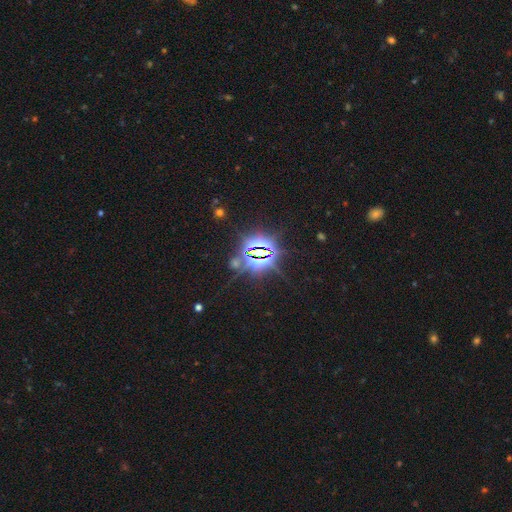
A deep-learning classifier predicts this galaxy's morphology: Smooth or featured? Predicted: star or artifact (p=0.84).